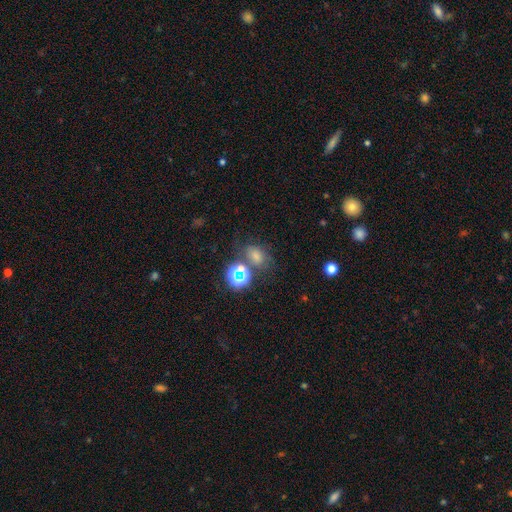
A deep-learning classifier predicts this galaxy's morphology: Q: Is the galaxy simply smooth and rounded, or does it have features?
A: smooth — 60%.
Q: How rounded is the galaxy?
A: in between — 64%.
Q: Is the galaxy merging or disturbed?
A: none — 57%.